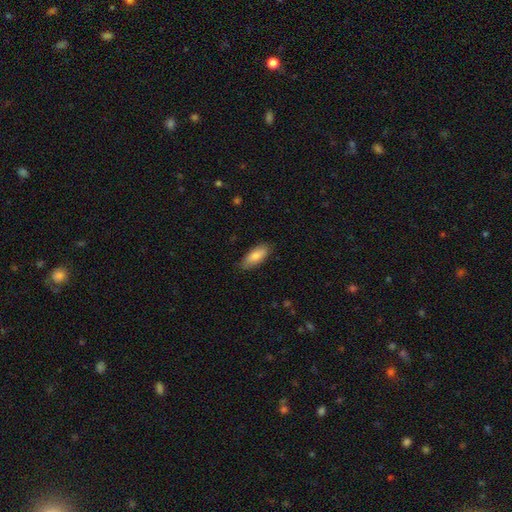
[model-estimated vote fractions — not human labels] This is clearly a smooth galaxy (81%). How rounded: likely in between (77%). Merging: clearly none (83%).